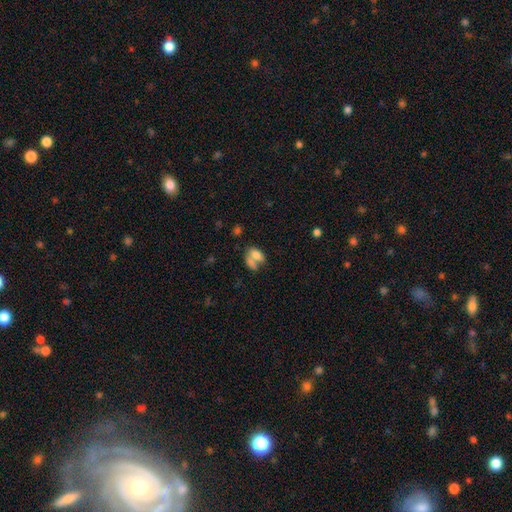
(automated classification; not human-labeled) smooth-or-featured: smooth: 72% | featured or disk: 18% | star or artifact: 10%
  how-rounded: in between: 83% | round: 12% | cigar-shaped: 5%
  merging: merger: 54% | none: 27% | minor disturbance: 10% | major disturbance: 9%